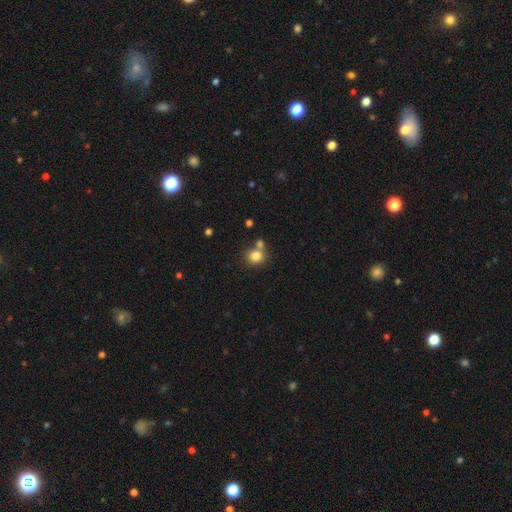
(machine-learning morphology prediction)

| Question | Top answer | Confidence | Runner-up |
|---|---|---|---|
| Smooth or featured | smooth | 82% | star or artifact (11%) |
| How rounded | round | 84% | in between (15%) |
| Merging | none | 62% | merger (26%) |